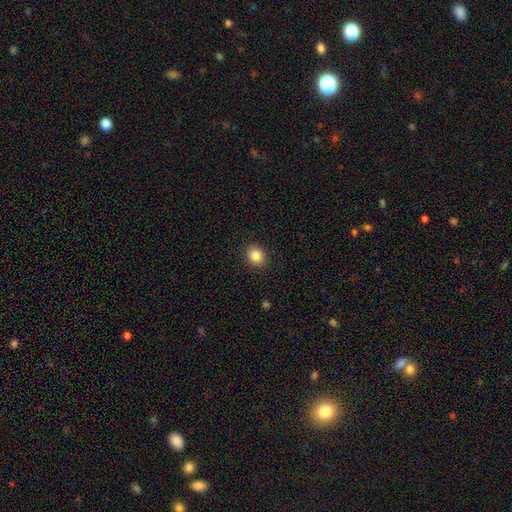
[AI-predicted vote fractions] This is clearly a smooth galaxy (86%). How rounded: likely round (61%). Merging: clearly none (90%).